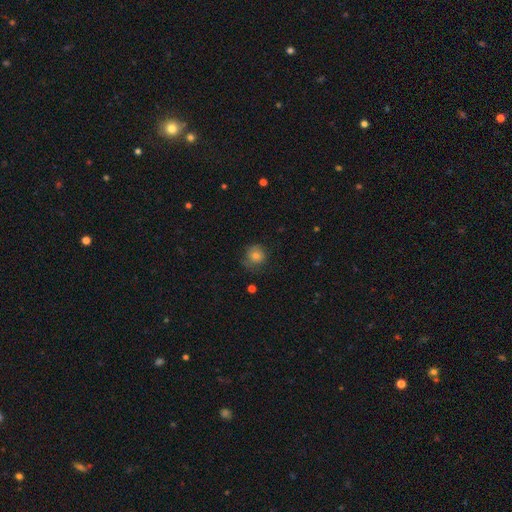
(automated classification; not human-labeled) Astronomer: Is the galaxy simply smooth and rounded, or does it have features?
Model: smooth — 74%.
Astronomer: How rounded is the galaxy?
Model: round — 86%.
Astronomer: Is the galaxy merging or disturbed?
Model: none — 67%.